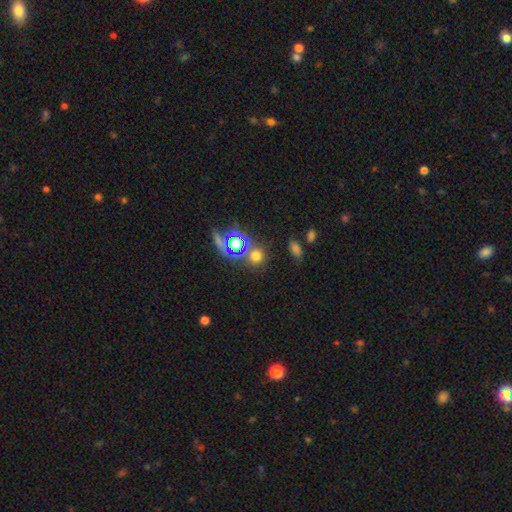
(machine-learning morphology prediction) A smooth galaxy with no disk features (62%) that is round (85%).

Vote fractions:
- Smooth or featured? smooth: 62% / star or artifact: 30% / featured or disk: 7%
- How rounded? round: 85% / in between: 13% / cigar-shaped: 2%
- Merging? none: 75% / merger: 11% / minor disturbance: 9% / major disturbance: 5%